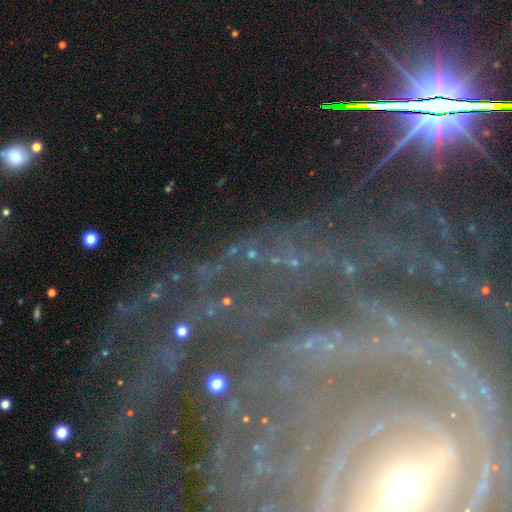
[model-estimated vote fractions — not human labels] Smooth or featured? Predicted: featured or disk (p=0.57). Edge-on disk? Predicted: no (p=0.84). Merging? Predicted: none (p=0.74).